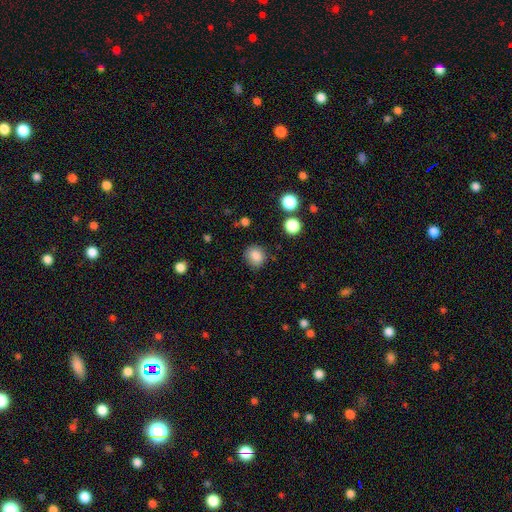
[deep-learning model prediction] Smooth or featured? Predicted: smooth (p=0.85). How rounded? Predicted: round (p=0.73). Merging? Predicted: none (p=0.84).